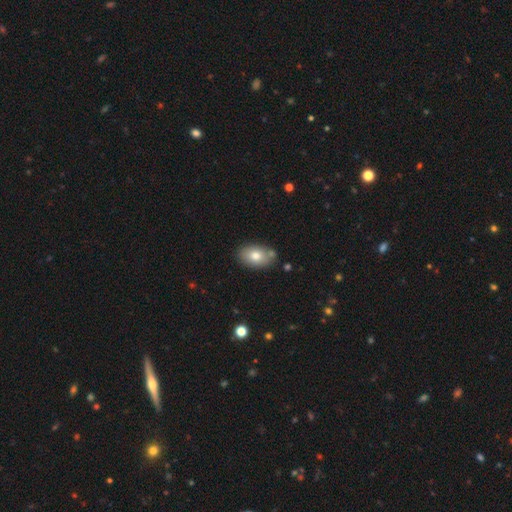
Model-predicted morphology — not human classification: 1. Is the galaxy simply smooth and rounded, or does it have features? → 78% smooth, 15% featured or disk, 8% star or artifact.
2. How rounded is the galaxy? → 87% in between, 12% round, 1% cigar-shaped.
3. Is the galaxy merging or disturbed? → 75% none, 15% minor disturbance, 7% merger, 3% major disturbance.